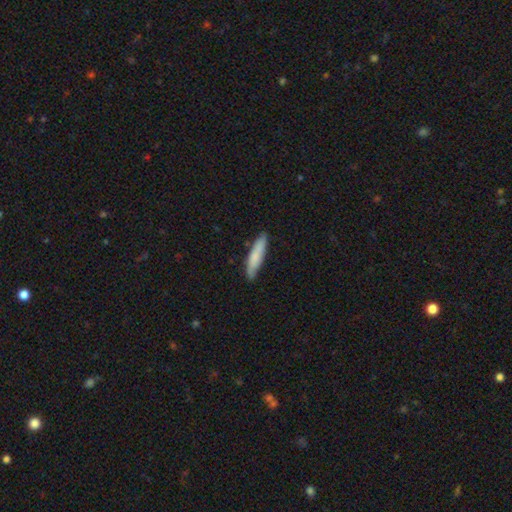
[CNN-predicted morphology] Smooth or featured: smooth — 75% (featured or disk — 19%)
How rounded: cigar-shaped — 83% (in between — 16%)
Merging: none — 81% (minor disturbance — 15%)